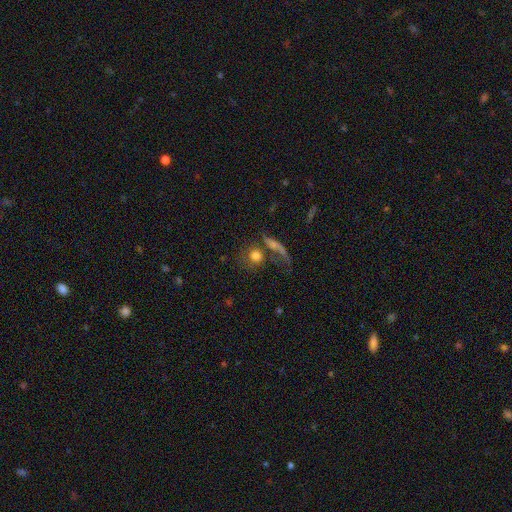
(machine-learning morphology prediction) Smooth or featured: smooth — 66% (featured or disk — 23%)
How rounded: round — 79% (in between — 17%)
Merging: none — 42% (merger — 31%)